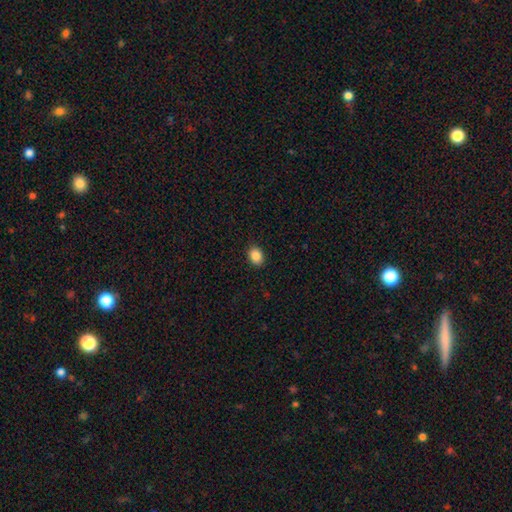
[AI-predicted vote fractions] smooth-or-featured: smooth: 88% | star or artifact: 9% | featured or disk: 3%
  how-rounded: in between: 62% | round: 37% | cigar-shaped: 1%
  merging: none: 89% | minor disturbance: 8% | major disturbance: 2% | merger: 1%